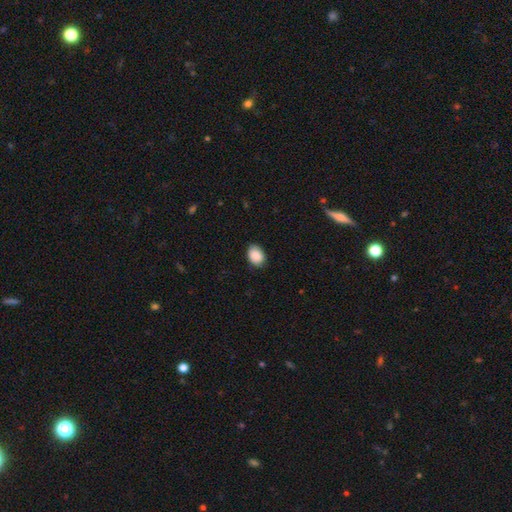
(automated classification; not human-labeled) Q: Smooth or featured?
A: smooth (89%); runner-up: star or artifact (7%)
Q: How rounded?
A: in between (75%); runner-up: round (24%)
Q: Merging?
A: none (83%); runner-up: minor disturbance (13%)